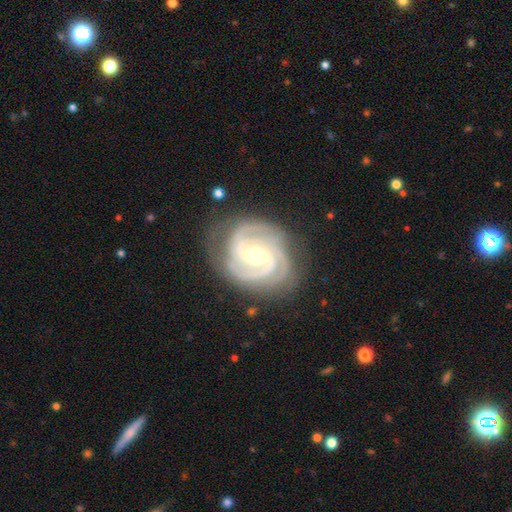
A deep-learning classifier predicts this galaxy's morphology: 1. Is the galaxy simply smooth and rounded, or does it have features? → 93% featured or disk, 4% star or artifact, 3% smooth.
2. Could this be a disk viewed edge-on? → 98% no, 2% yes.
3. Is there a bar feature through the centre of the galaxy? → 49% weak, 28% strong, 23% no.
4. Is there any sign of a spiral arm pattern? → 99% yes, 1% no.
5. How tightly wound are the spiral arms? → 65% tight, 31% medium, 4% loose.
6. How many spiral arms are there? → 47% 3, 30% 2, 8% 4, 8% can't tell, 4% more than 4, 4% 1.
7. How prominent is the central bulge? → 65% moderate, 30% small, 3% large, 1% none, 1% dominant.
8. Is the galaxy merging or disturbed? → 79% none, 16% minor disturbance, 5% major disturbance, 1% merger.